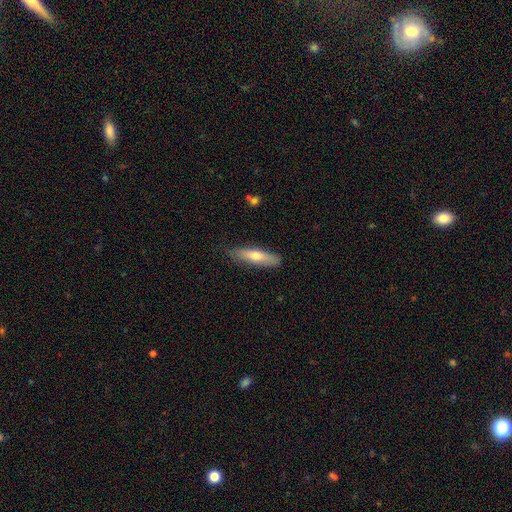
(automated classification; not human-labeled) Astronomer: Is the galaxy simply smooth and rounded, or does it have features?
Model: smooth — 62%.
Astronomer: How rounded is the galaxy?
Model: cigar-shaped — 72%.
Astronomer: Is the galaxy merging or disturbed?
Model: none — 81%.